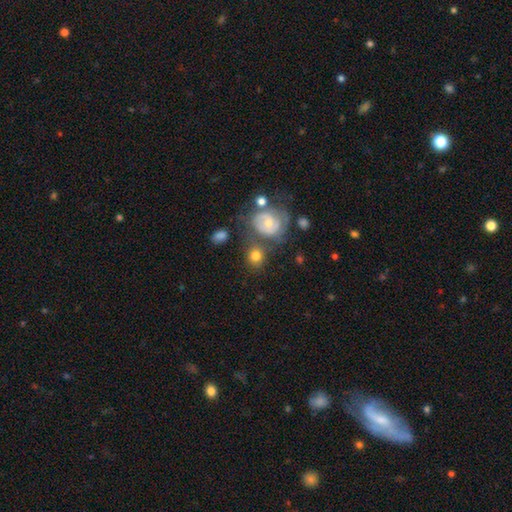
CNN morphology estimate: type=smooth (65%); roundness=round (71%); merging=none (57%).